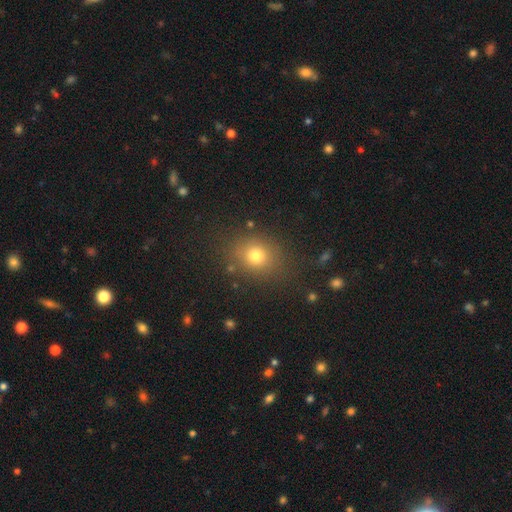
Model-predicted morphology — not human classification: A smooth galaxy with no disk features (75%) that is round (63%). Merging: none (82%).